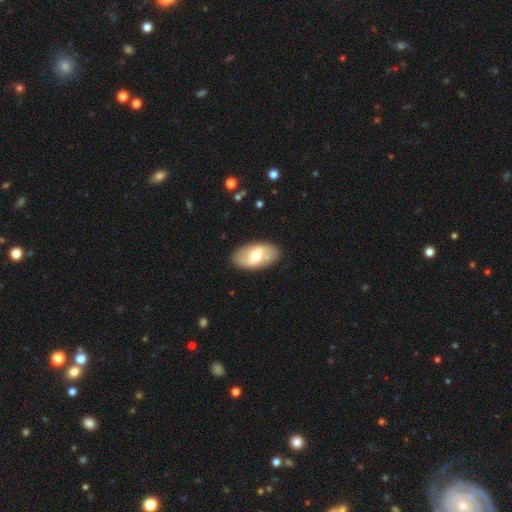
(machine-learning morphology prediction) Overall: featured or disk (53%; smooth 41%). Edge-on disk: no (90%). Merging: none (83%).